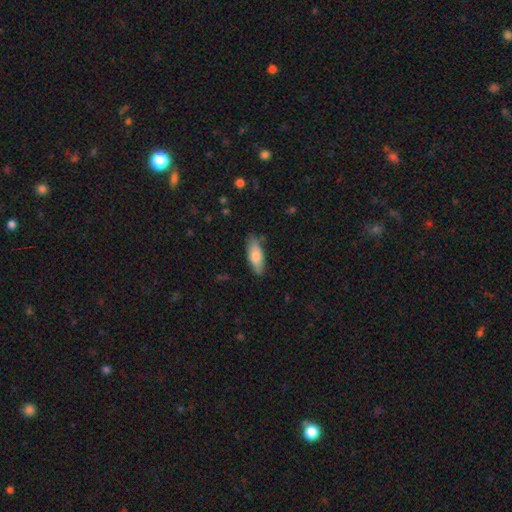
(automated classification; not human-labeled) Morphology: type=smooth (79%); roundness=in between (71%); merging=none (82%).